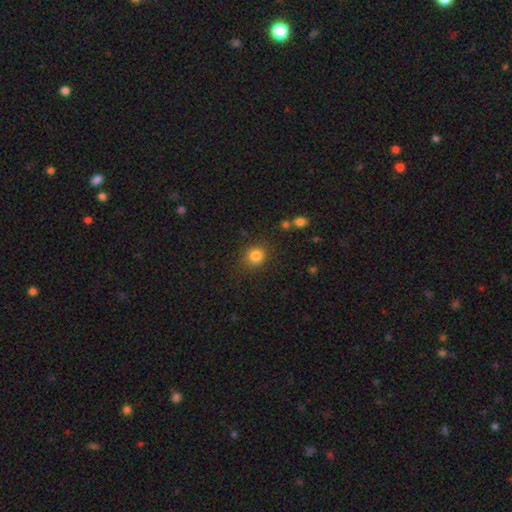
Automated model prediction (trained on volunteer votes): smooth 83%, star or artifact 11%, featured or disk 5%. Down the decision tree: how rounded — round (81%); merging — none (82%).